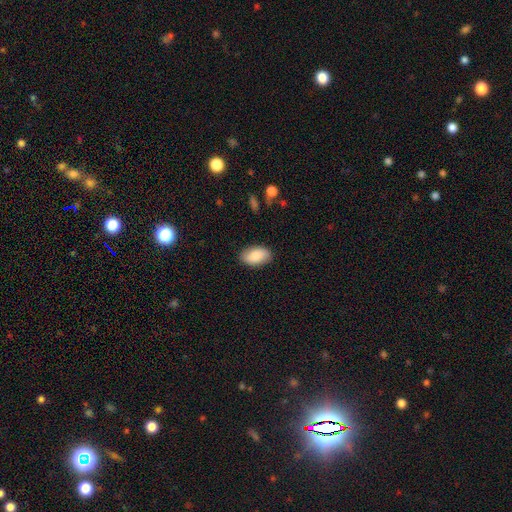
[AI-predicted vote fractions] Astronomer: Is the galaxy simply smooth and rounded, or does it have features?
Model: smooth — 84%.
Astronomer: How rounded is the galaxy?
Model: in between — 94%.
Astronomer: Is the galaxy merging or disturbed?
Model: none — 86%.